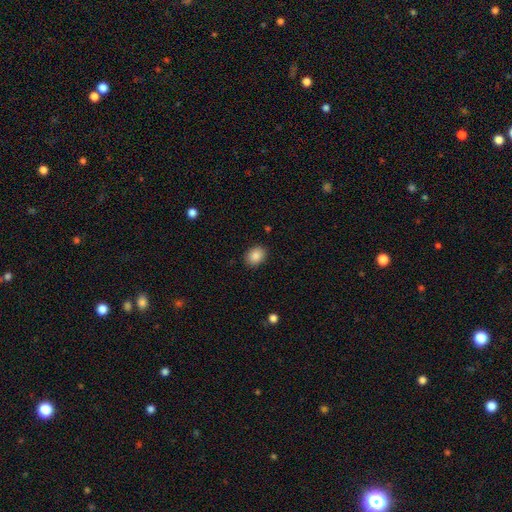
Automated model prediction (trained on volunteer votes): smooth-or-featured: smooth: 88% | star or artifact: 8% | featured or disk: 4%
  how-rounded: in between: 60% | round: 39% | cigar-shaped: 1%
  merging: none: 88% | minor disturbance: 8% | major disturbance: 2% | merger: 1%